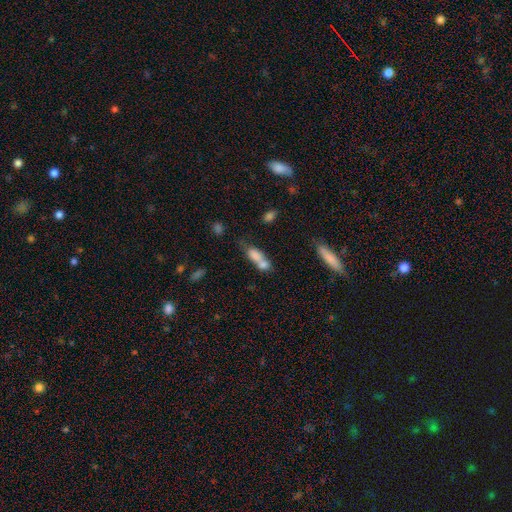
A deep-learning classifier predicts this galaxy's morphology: This is likely a smooth galaxy (73%). How rounded: likely in between (71%). Merging: likely merger (63%).